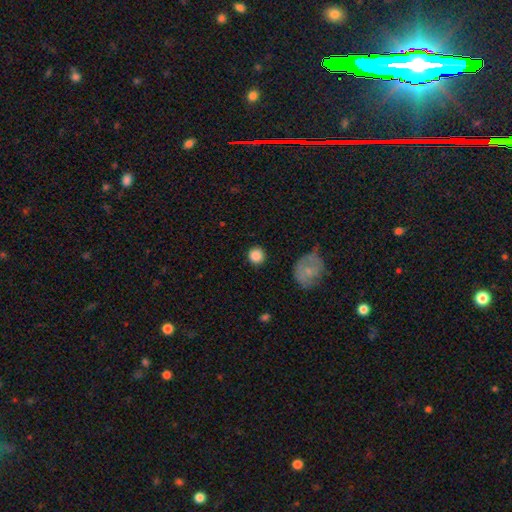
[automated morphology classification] type=smooth (86%); roundness=round (94%); merging=none (89%).